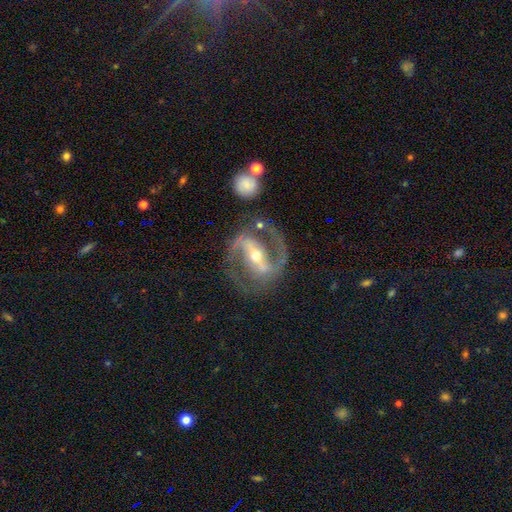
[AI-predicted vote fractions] Smooth or featured?
  - featured or disk: 90% *
  - smooth: 5%
  - star or artifact: 5%
Edge-on disk?
  - no: 96% *
  - yes: 4%
Bar?
  - strong: 66% *
  - weak: 23%
  - no: 11%
Spiral arms?
  - yes: 94% *
  - no: 6%
Spiral winding?
  - medium: 59% *
  - tight: 22%
  - loose: 19%
Spiral arm count?
  - 2: 91% *
  - can't tell: 3%
  - 1: 3%
  - 3: 1%
  - 4: 1%
  - more than 4: 1%
Bulge size?
  - moderate: 61% *
  - small: 34%
  - large: 3%
  - none: 1%
  - dominant: 1%
Merging?
  - none: 72% *
  - minor disturbance: 14%
  - major disturbance: 10%
  - merger: 4%